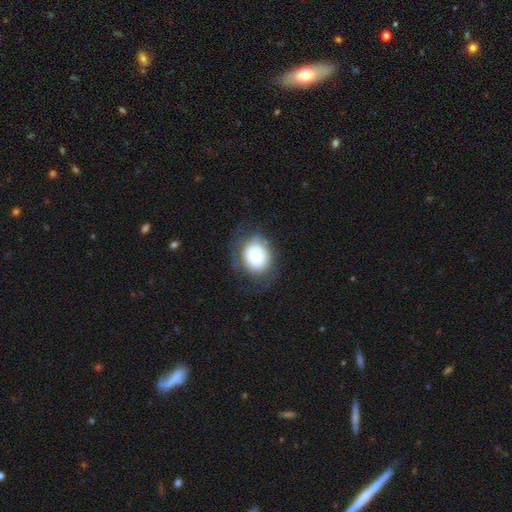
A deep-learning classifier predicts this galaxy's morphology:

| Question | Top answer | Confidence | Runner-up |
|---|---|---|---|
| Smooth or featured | smooth | 69% | featured or disk (22%) |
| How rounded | round | 57% | in between (42%) |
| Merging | none | 61% | minor disturbance (22%) |